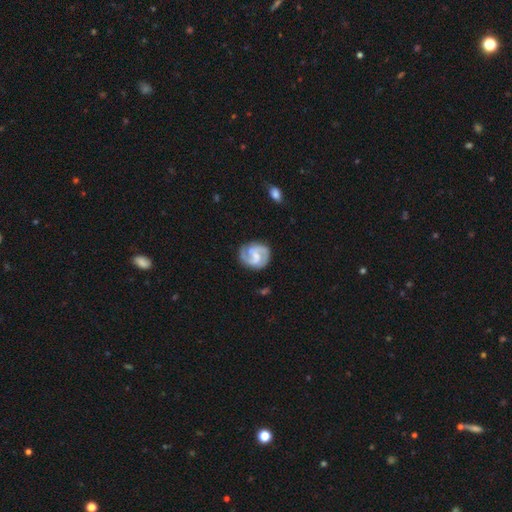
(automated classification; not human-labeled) The model was most divided on "bulge size": small: 43%, moderate: 32%, none: 20%, large: 4%, dominant: 1%. More confident: edge-on disk — no (98%); spiral arms — yes (97%); smooth or featured — featured or disk (86%); spiral arm count — 2 (86%); merging — none (79%); spiral winding — medium (52%); bar — weak (52%).